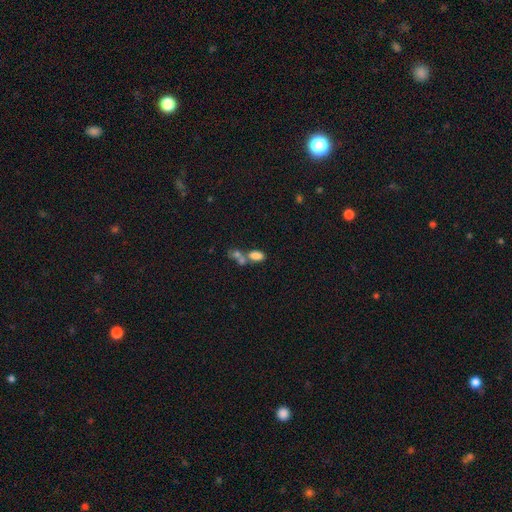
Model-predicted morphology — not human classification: smooth 76%, featured or disk 13%, star or artifact 11%. Down the decision tree: how rounded — in between (89%); merging — merger (55%).